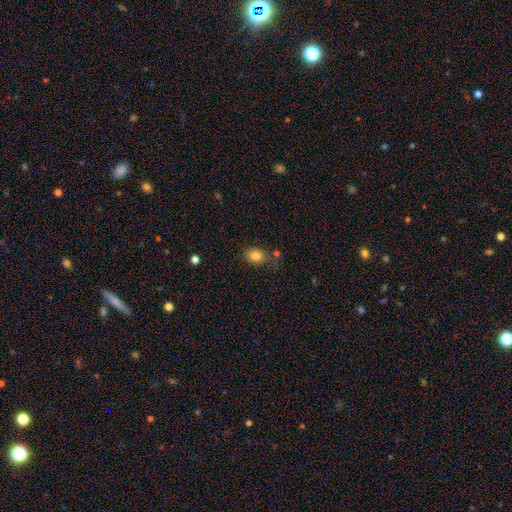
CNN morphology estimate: smooth-or-featured: smooth: 83% | star or artifact: 10% | featured or disk: 7%
  how-rounded: in between: 57% | round: 42% | cigar-shaped: 1%
  merging: none: 67% | minor disturbance: 18% | merger: 9% | major disturbance: 6%